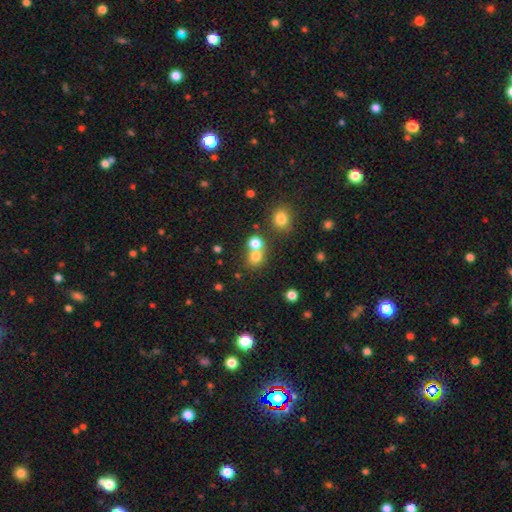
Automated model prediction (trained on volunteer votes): Smooth or featured? Predicted: smooth (p=0.74). How rounded? Predicted: round (p=0.79). Merging? Predicted: none (p=0.48).